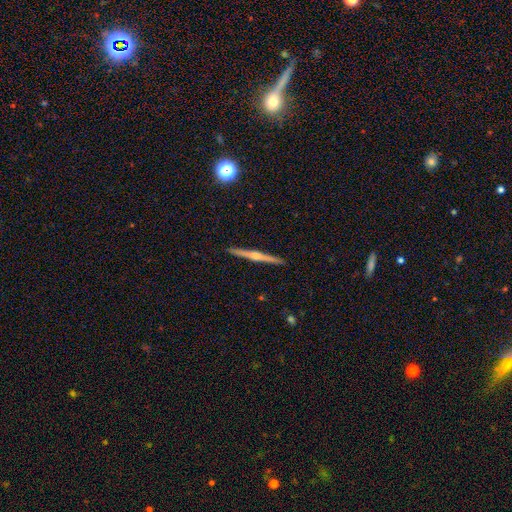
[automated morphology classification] smooth-or-featured: featured or disk: 74% | smooth: 18% | star or artifact: 8%
  disk-edge-on: yes: 98% | no: 2%
    edge-on-bulge: rounded: 80% | none: 14% | boxy: 6%
  merging: none: 91% | minor disturbance: 6% | merger: 1% | major disturbance: 1%